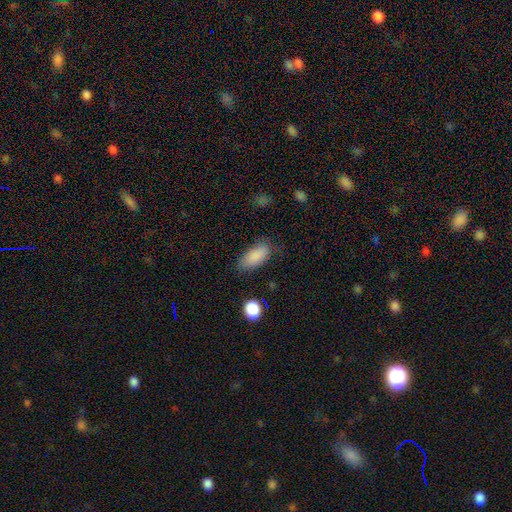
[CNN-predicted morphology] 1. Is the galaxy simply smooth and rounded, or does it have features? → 86% smooth, 8% star or artifact, 6% featured or disk.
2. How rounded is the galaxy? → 88% in between, 10% cigar-shaped, 3% round.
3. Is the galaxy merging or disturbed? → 73% none, 19% minor disturbance, 5% major disturbance, 2% merger.